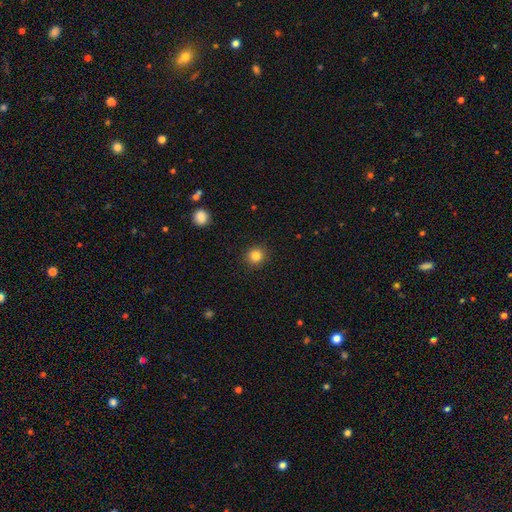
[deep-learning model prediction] The model was most divided on "smooth or featured": smooth: 84%, star or artifact: 12%, featured or disk: 5%. More confident: how rounded — round (91%); merging — none (91%).